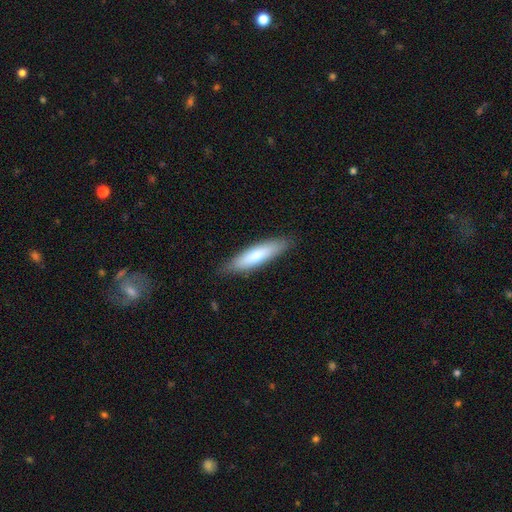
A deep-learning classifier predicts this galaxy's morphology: A smooth galaxy with no disk features (73%) that is cigar-shaped (69%).

Vote fractions:
- Smooth or featured? smooth: 73% / featured or disk: 21% / star or artifact: 5%
- How rounded? cigar-shaped: 69% / in between: 30% / round: 1%
- Merging? none: 85% / minor disturbance: 11% / major disturbance: 2% / merger: 1%